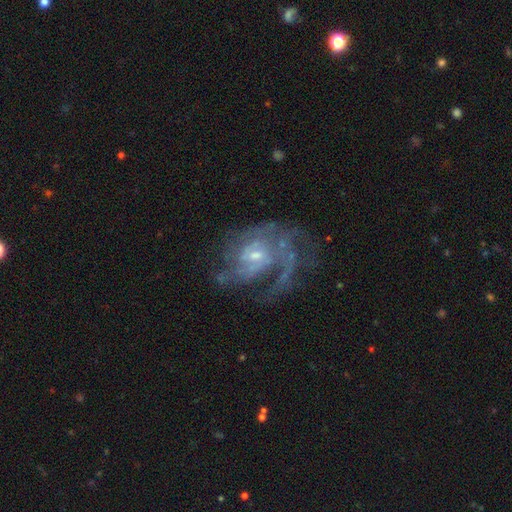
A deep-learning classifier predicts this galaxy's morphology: smooth-or-featured: featured or disk: 84% | smooth: 8% | star or artifact: 8%
  disk-edge-on: no: 97% | yes: 3%
    bar: no: 50% | weak: 43% | strong: 7%
    has-spiral-arms: yes: 89% | no: 11%
      spiral-winding: medium: 44% | tight: 29% | loose: 27%
      spiral-arm-count: can't tell: 29% | 2: 27% | 3: 20% | 1: 12% | 4: 7% | more than 4: 5%
    bulge-size: small: 57% | moderate: 35% | none: 5% | large: 2% | dominant: 1%
  merging: none: 45% | major disturbance: 33% | minor disturbance: 18% | merger: 4%